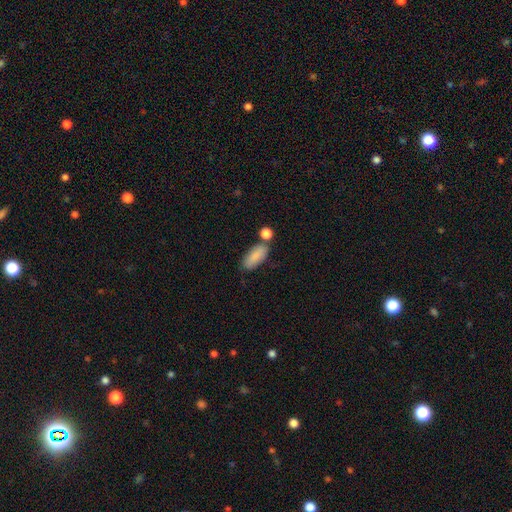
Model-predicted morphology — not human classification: smooth 86%, featured or disk 8%, star or artifact 6%. Down the decision tree: how rounded — in between (83%); merging — none (65%).